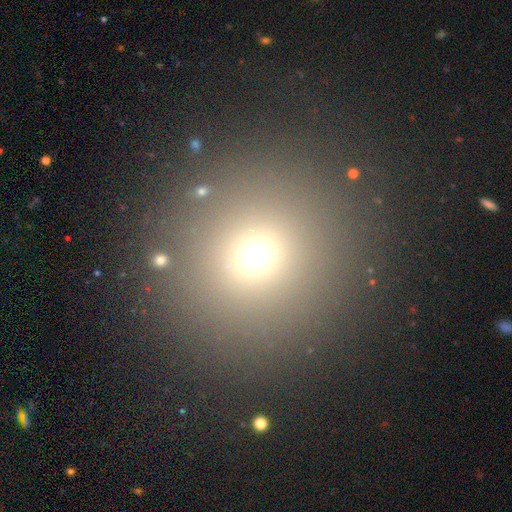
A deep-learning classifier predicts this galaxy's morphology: Smooth or featured? Predicted: smooth (p=0.65). How rounded? Predicted: round (p=0.94). Merging? Predicted: none (p=0.88).